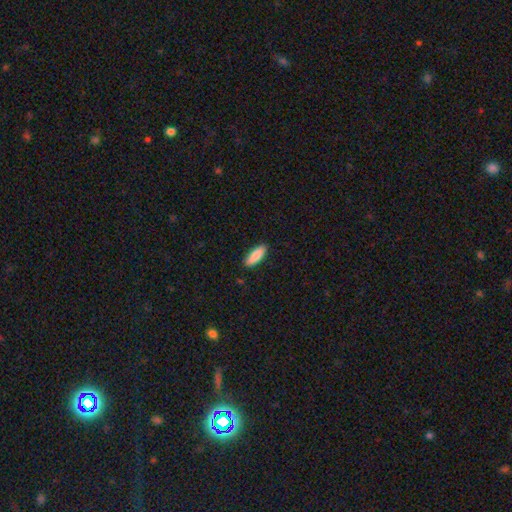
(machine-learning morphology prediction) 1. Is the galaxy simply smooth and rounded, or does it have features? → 88% smooth, 6% featured or disk, 6% star or artifact.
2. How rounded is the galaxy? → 60% in between, 38% cigar-shaped, 2% round.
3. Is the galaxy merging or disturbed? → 89% none, 8% minor disturbance, 2% major disturbance, 1% merger.